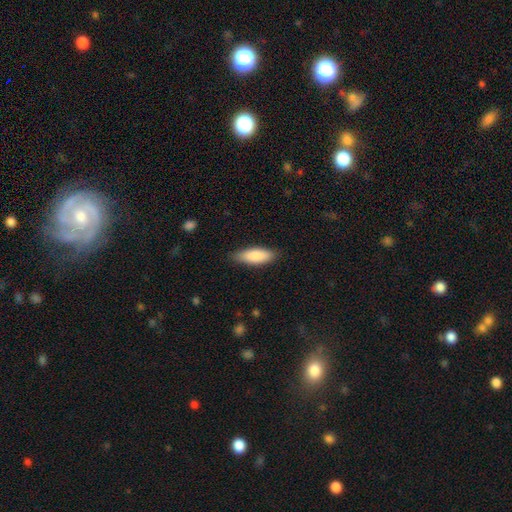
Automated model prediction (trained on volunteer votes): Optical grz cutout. It shows a smooth galaxy with no disk features (86%) that is in between round and cigar-shaped (65%). Merging: none (84%).